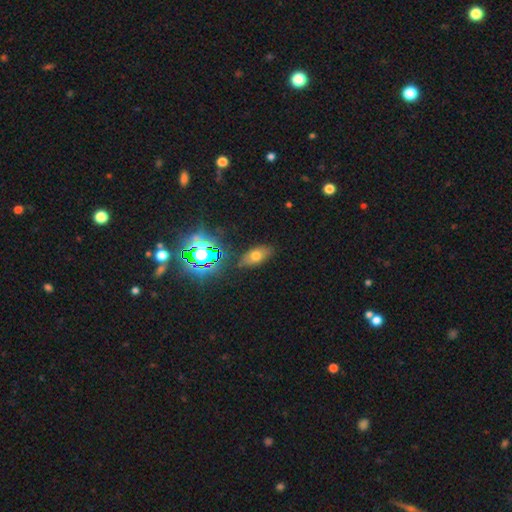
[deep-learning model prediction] Smooth or featured: smooth — 60% (star or artifact — 23%)
How rounded: in between — 84% (round — 10%)
Merging: none — 81% (minor disturbance — 13%)